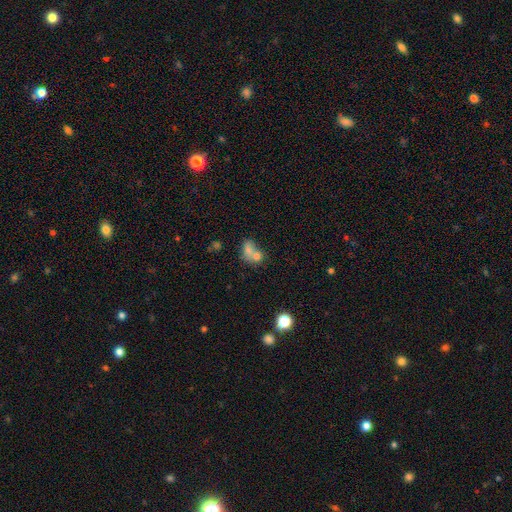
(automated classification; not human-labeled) This appears to be a smooth galaxy with no disk features (69%) that is in between round and cigar-shaped (56%). Merging: merger (64%).